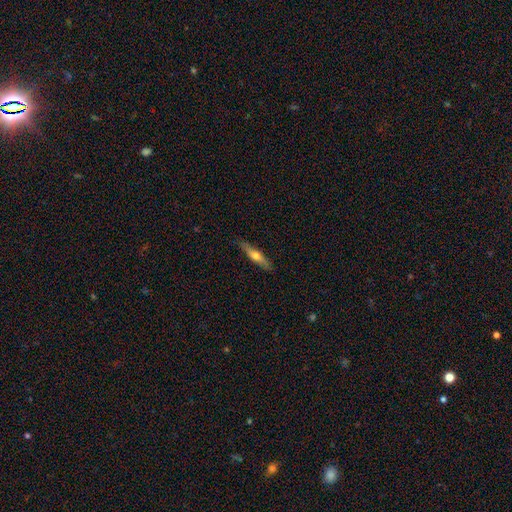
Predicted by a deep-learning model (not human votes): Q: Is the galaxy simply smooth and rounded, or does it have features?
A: featured or disk — 48%.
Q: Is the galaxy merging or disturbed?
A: none — 85%.